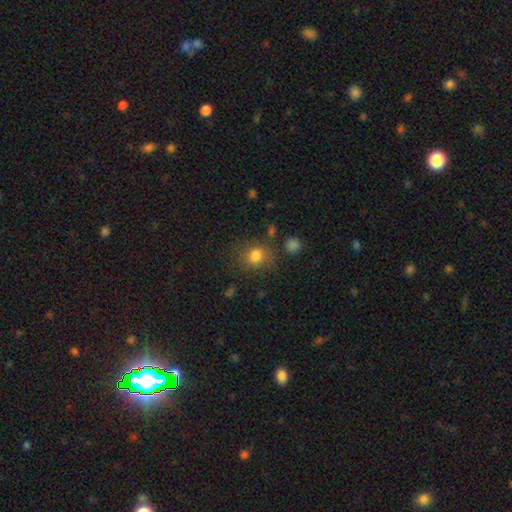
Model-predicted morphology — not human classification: The model was most divided on "how rounded": round: 74%, in between: 25%, cigar-shaped: 1%. More confident: smooth or featured — smooth (81%); merging — none (74%).